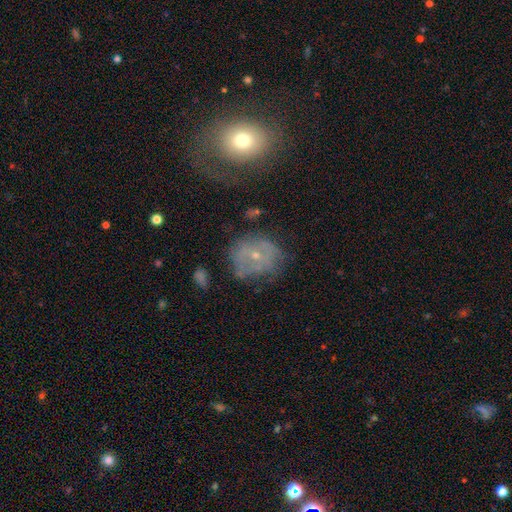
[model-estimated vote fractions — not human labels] featured or disk 51%, smooth 36%, star or artifact 13%. Down the decision tree: edge-on disk — no (96%); merging — none (49%).